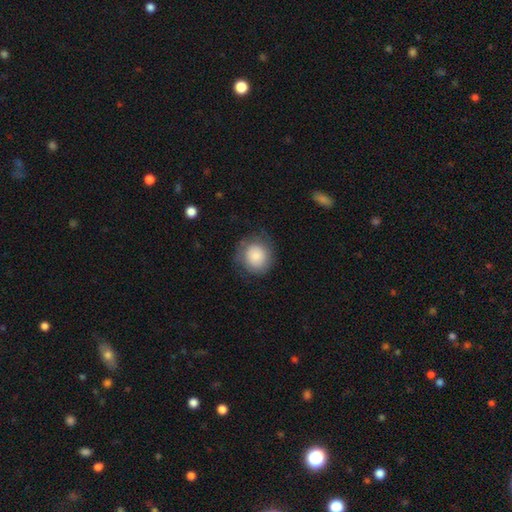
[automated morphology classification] A smooth galaxy with no disk features (79%) that is round (86%).

Vote fractions:
- Smooth or featured? smooth: 79% / featured or disk: 14% / star or artifact: 7%
- How rounded? round: 86% / in between: 13% / cigar-shaped: 1%
- Merging? none: 73% / minor disturbance: 18% / major disturbance: 8% / merger: 1%